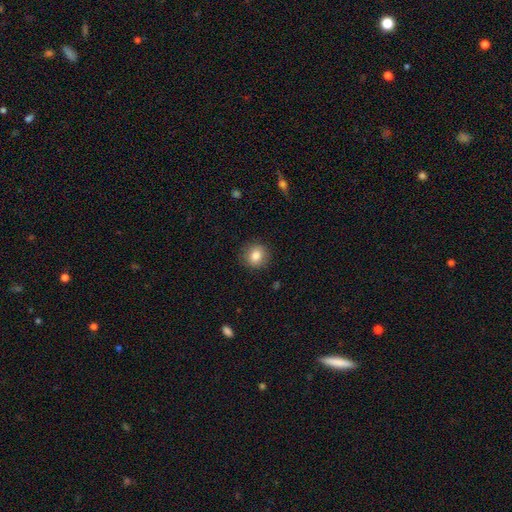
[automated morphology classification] This is clearly a smooth galaxy (83%). How rounded: clearly round (85%). Merging: clearly none (89%).